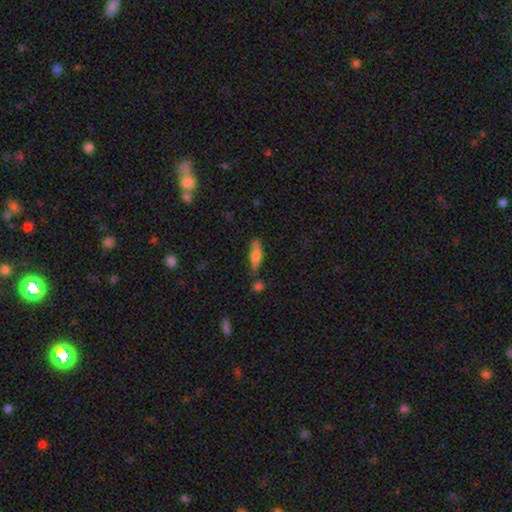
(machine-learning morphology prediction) Q: Smooth or featured?
A: smooth (72%); runner-up: featured or disk (21%)
Q: How rounded?
A: cigar-shaped (50%); runner-up: in between (48%)
Q: Merging?
A: none (61%); runner-up: minor disturbance (24%)